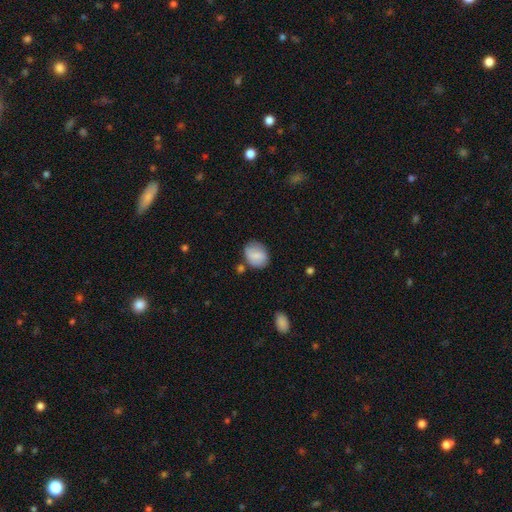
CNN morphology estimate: This is likely a smooth galaxy (76%). How rounded: possibly in between (53%). Merging: likely none (70%).